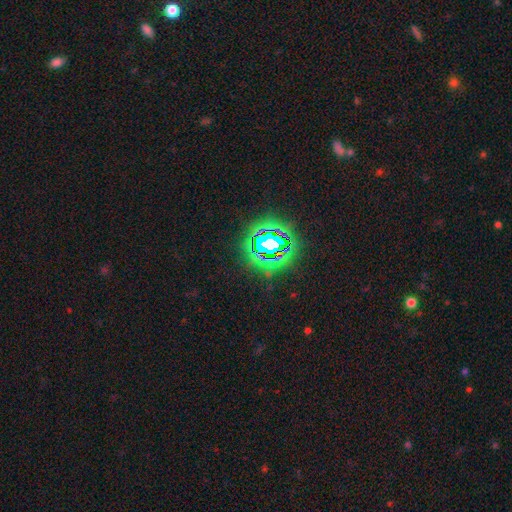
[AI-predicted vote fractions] The model was most divided on "smooth or featured": star or artifact: 83%, smooth: 10%, featured or disk: 7%.